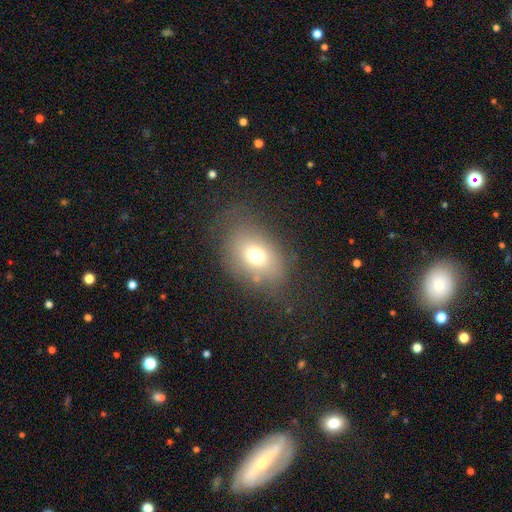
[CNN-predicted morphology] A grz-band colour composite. It shows a smooth galaxy with no disk features (69%) that is in between round and cigar-shaped (76%). Merging: none (68%).